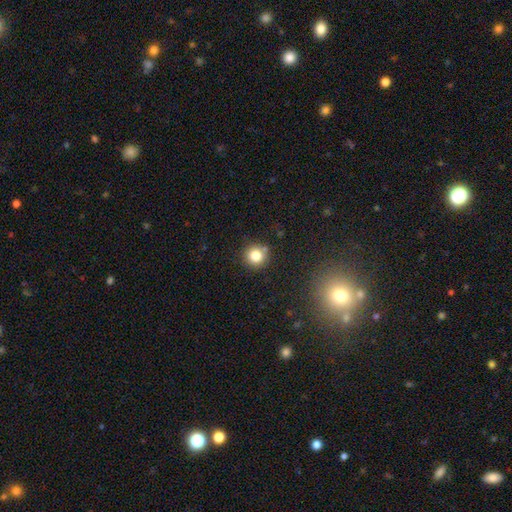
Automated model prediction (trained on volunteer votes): smooth_or_featured: smooth (p=0.82) [alt: star or artifact p=0.12]
how_rounded: round (p=0.94) [alt: in between p=0.05]
merging: none (p=0.85) [alt: minor disturbance p=0.08]